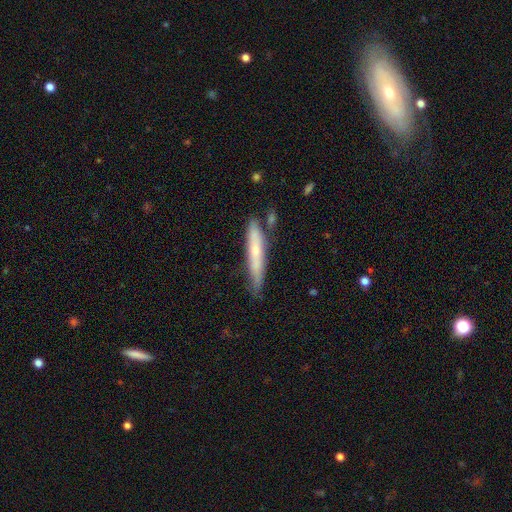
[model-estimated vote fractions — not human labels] featured or disk 47%, smooth 45%, star or artifact 8%. Down the decision tree: merging — none (76%).